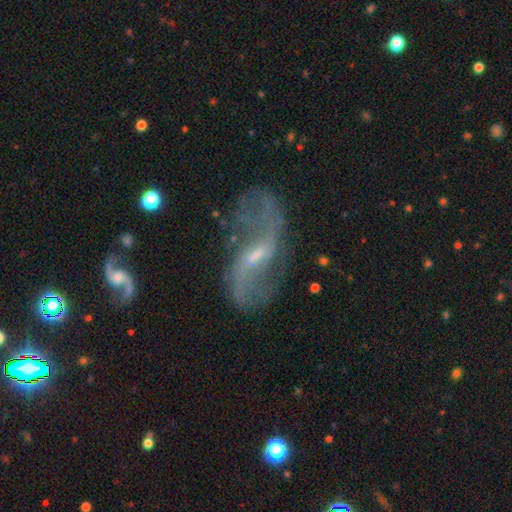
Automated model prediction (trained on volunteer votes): A featured or disk galaxy (85%) with a weak bar (55%), 2 (88%) loose (77%) spiral arms (91%) and a small central bulge (58%).

Vote fractions:
- Smooth or featured? featured or disk: 85% / smooth: 8% / star or artifact: 7%
- Edge-on disk? no: 95% / yes: 5%
- Bar? weak: 55% / strong: 26% / no: 18%
- Spiral arms? yes: 91% / no: 9%
- Spiral winding? loose: 77% / medium: 18% / tight: 5%
- Spiral arm count? 2: 88% / can't tell: 5% / 1: 3% / 3: 2% / 4: 1% / more than 4: 1%
- Bulge size? small: 58% / moderate: 29% / none: 10% / large: 2% / dominant: 1%
- Merging? none: 61% / minor disturbance: 19% / major disturbance: 17% / merger: 4%